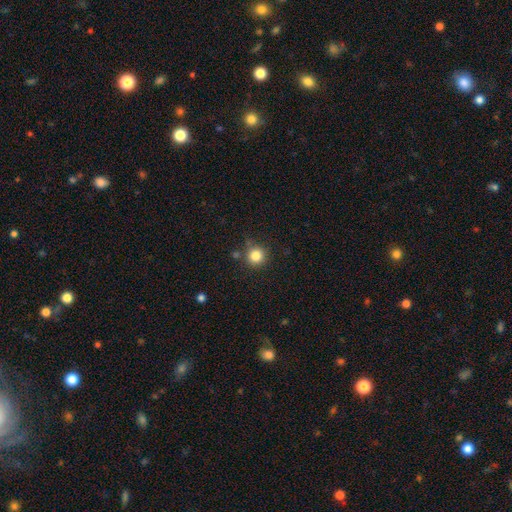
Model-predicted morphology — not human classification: This is clearly a smooth galaxy (83%). How rounded: clearly round (94%). Merging: clearly none (81%).